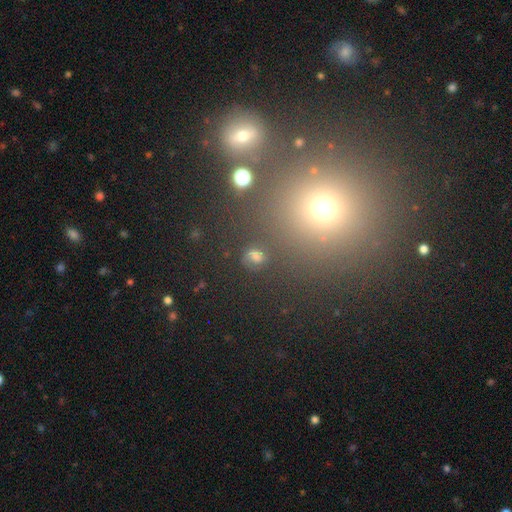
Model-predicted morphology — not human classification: type=smooth (61%); roundness=round (82%); merging=none (83%).